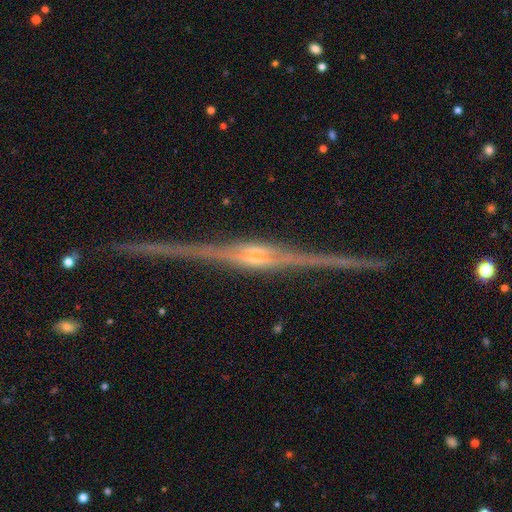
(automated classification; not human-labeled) This appears to be a featured or disk galaxy (91%) viewed edge-on (98%) with a rounded central bulge (72%). Merging: none (89%).